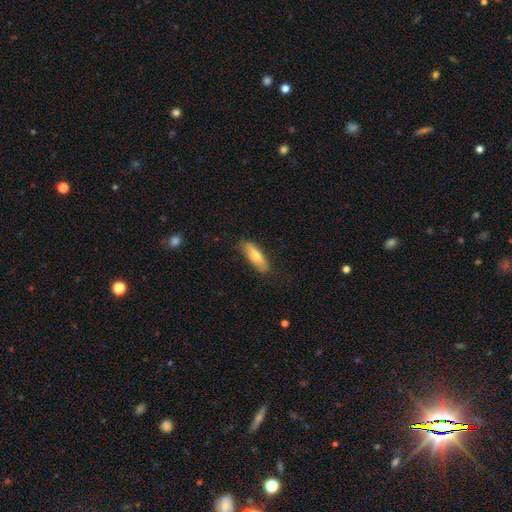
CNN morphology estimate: This is likely a smooth galaxy (69%). How rounded: possibly cigar-shaped (53%). Merging: clearly none (80%).